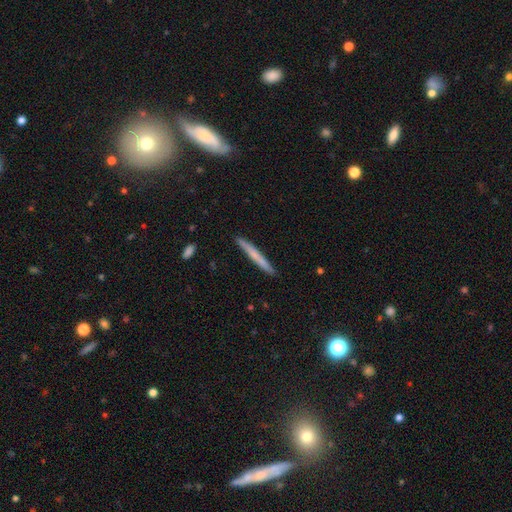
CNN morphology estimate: The model was most divided on "smooth or featured": smooth: 59%, featured or disk: 35%, star or artifact: 6%. More confident: how rounded — cigar-shaped (97%); merging — none (91%).